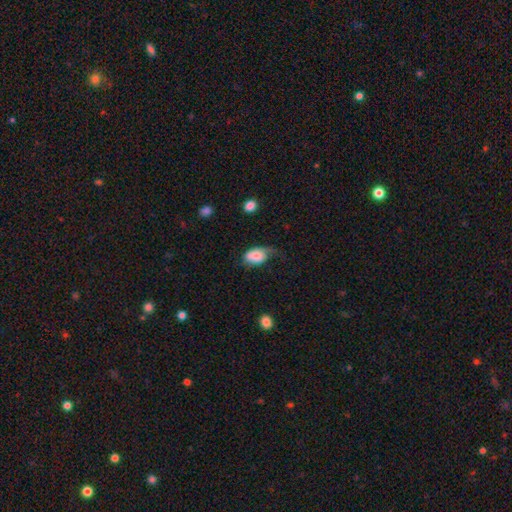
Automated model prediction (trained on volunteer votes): Smooth or featured? Predicted: smooth (p=0.68). How rounded? Predicted: in between (p=0.88). Merging? Predicted: minor disturbance (p=0.35).